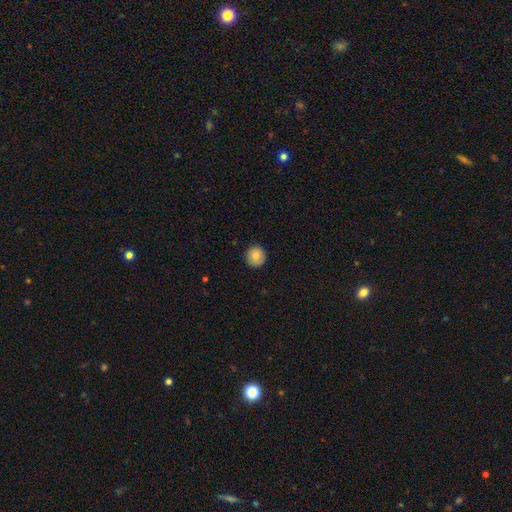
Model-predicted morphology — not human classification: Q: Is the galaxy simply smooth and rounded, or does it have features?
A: smooth — 85%.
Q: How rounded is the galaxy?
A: round — 94%.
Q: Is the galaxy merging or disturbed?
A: none — 91%.